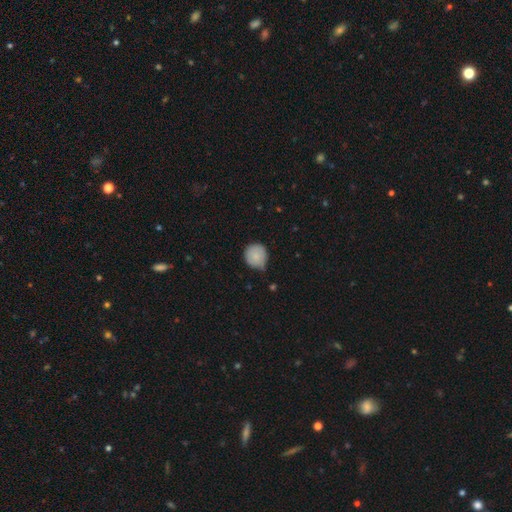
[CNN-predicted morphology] A smooth galaxy with no disk features (84%) that is round (91%).

Vote fractions:
- Smooth or featured? smooth: 84% / featured or disk: 8% / star or artifact: 8%
- How rounded? round: 91% / in between: 8% / cigar-shaped: 1%
- Merging? none: 60% / minor disturbance: 34% / major disturbance: 4% / merger: 2%